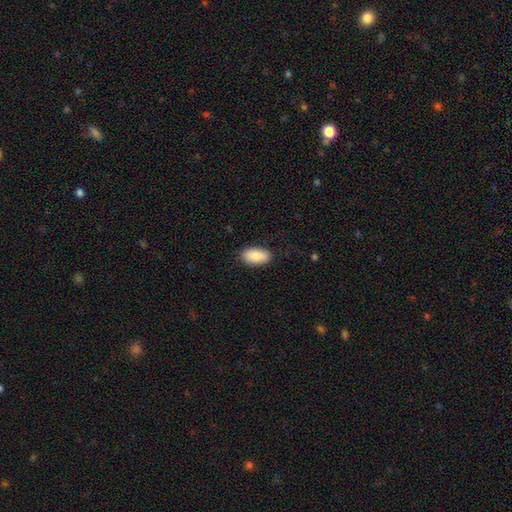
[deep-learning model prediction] This appears to be a smooth galaxy with no disk features (84%) that is in between round and cigar-shaped (93%). Merging: none (86%).